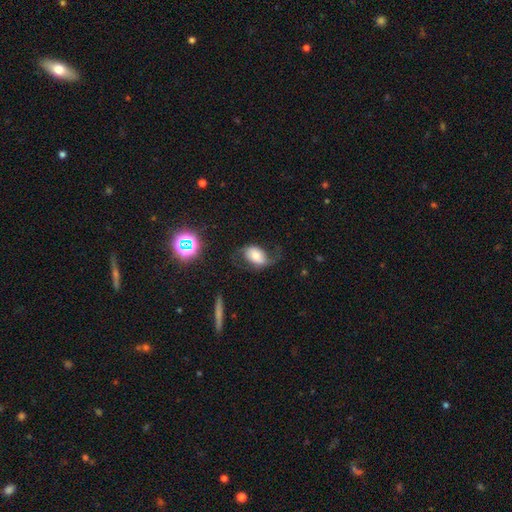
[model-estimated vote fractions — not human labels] smooth_or_featured: featured or disk (p=0.51) [alt: smooth p=0.38]
disk_edge_on: no (p=0.95) [alt: yes p=0.05]
merging: none (p=0.51) [alt: minor disturbance p=0.24]